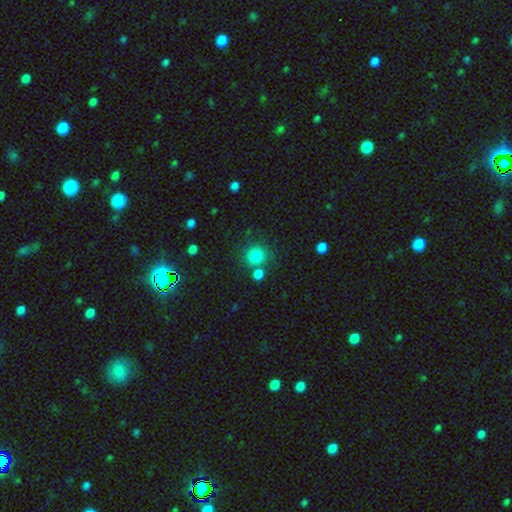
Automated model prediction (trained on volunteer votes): Morphology: type=smooth (83%); roundness=round (88%); merging=none (70%).